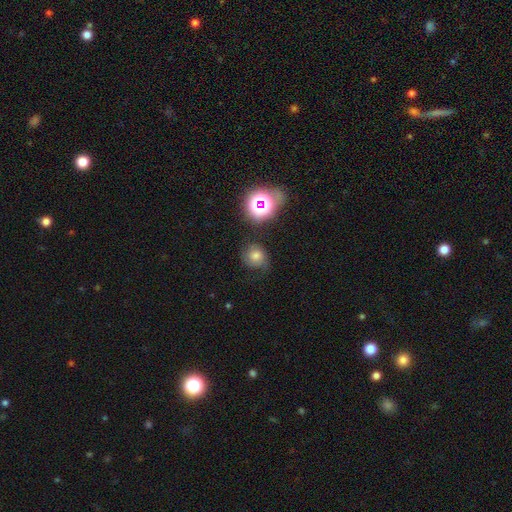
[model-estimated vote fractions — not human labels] Smooth or featured?
  - smooth: 62% *
  - star or artifact: 20%
  - featured or disk: 18%
How rounded?
  - round: 76% *
  - in between: 23%
  - cigar-shaped: 1%
Merging?
  - none: 61% *
  - minor disturbance: 25%
  - major disturbance: 11%
  - merger: 3%